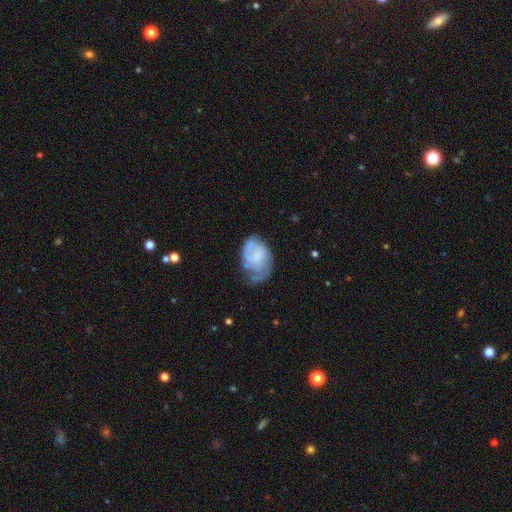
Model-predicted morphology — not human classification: A featured or disk galaxy (49%).

Vote fractions:
- Smooth or featured? featured or disk: 49% / smooth: 43% / star or artifact: 8%
- Merging? minor disturbance: 36% / none: 33% / major disturbance: 28% / merger: 3%